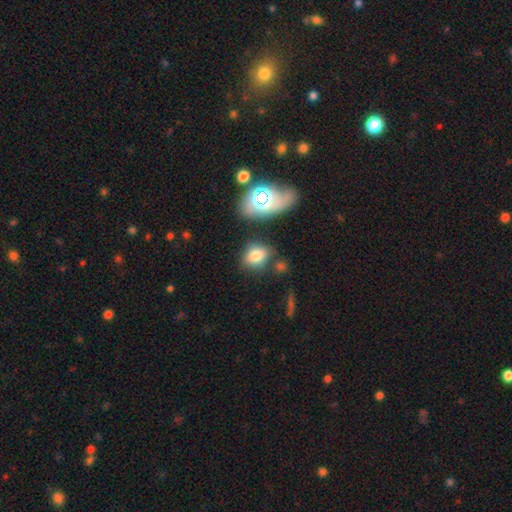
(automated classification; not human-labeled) Smooth or featured? Predicted: smooth (p=0.75). How rounded? Predicted: in between (p=0.58). Merging? Predicted: none (p=0.70).